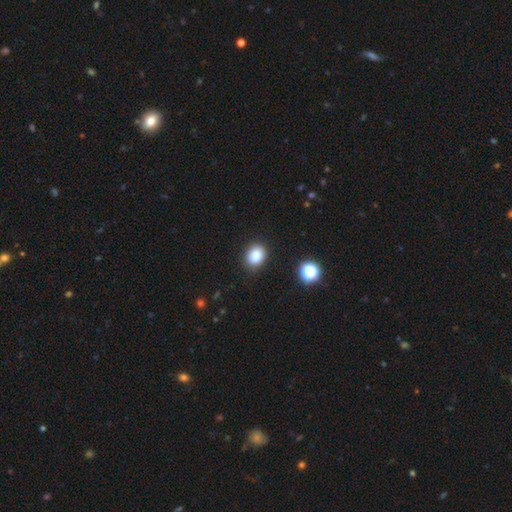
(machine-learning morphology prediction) A smooth galaxy with no disk features (85%) that is in between round and cigar-shaped (52%). Merging: none (86%).